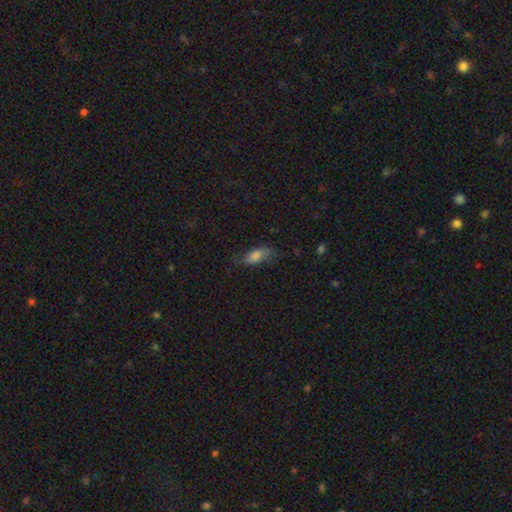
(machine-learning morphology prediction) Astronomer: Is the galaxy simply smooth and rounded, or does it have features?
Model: smooth — 74%.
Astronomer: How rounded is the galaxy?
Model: in between — 76%.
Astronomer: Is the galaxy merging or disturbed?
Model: none — 63%.